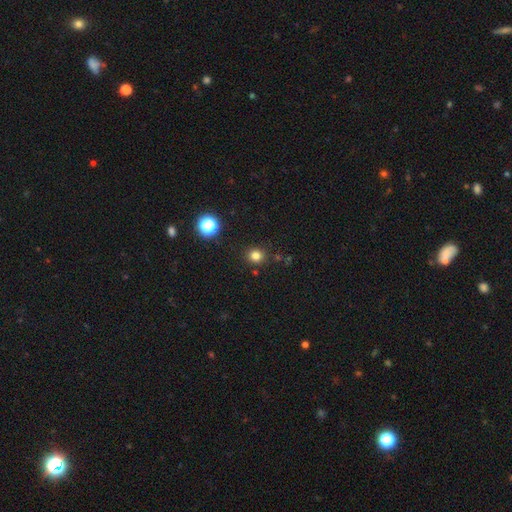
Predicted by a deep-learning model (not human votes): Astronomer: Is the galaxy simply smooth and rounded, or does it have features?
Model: smooth — 79%.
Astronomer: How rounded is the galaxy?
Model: round — 88%.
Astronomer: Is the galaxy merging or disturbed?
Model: none — 88%.